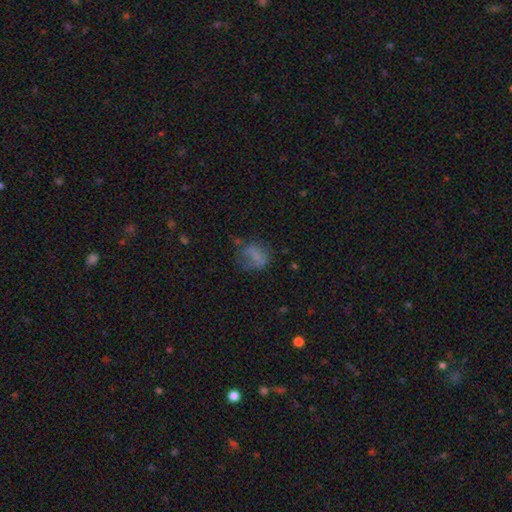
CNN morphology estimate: Smooth or featured?
  - smooth: 65% *
  - featured or disk: 20%
  - star or artifact: 14%
How rounded?
  - in between: 55% *
  - round: 42%
  - cigar-shaped: 3%
Merging?
  - none: 49% *
  - minor disturbance: 26%
  - major disturbance: 21%
  - merger: 4%